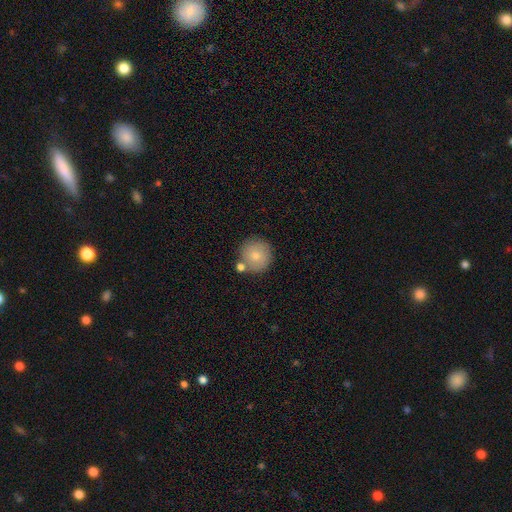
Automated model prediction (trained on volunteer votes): The model was most divided on "merging": none: 74%, merger: 12%, minor disturbance: 11%, major disturbance: 3%. More confident: how rounded — round (95%); smooth or featured — smooth (77%).